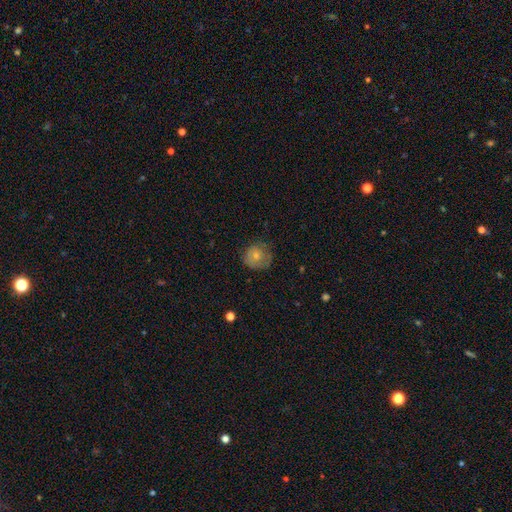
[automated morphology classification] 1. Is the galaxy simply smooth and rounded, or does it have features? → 66% smooth, 25% featured or disk, 8% star or artifact.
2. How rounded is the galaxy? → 87% round, 12% in between, 1% cigar-shaped.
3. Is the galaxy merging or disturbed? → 66% none, 23% minor disturbance, 9% major disturbance, 1% merger.